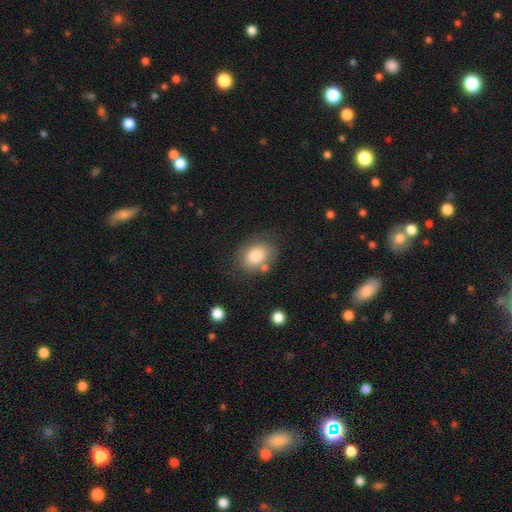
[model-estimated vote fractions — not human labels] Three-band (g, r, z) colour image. It shows a smooth galaxy with no disk features (79%) that is in between round and cigar-shaped (63%). Merging: none (66%).